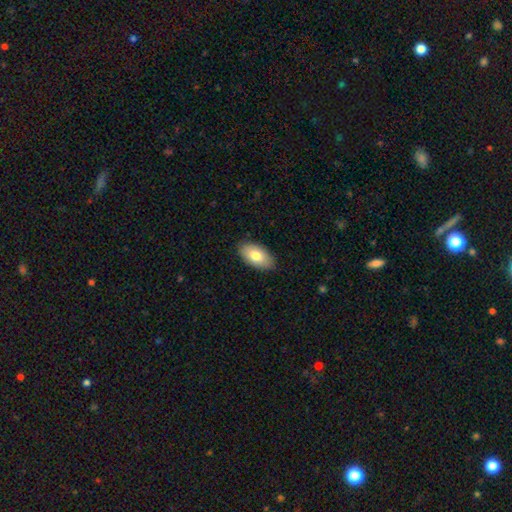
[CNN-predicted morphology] This is likely a smooth galaxy (77%). How rounded: clearly in between (95%). Merging: clearly none (87%).